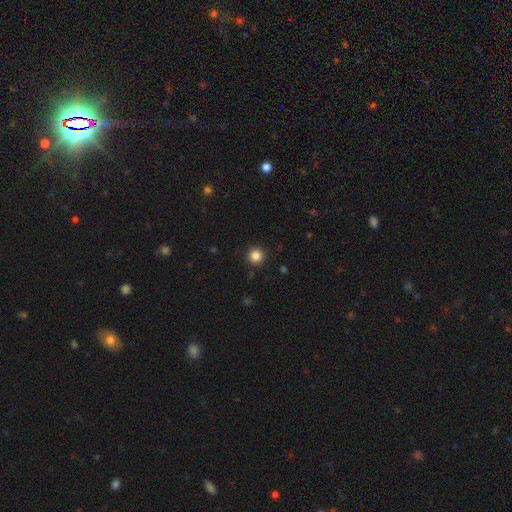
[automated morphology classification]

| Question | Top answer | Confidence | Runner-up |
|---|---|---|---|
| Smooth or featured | smooth | 85% | star or artifact (12%) |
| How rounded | round | 95% | in between (4%) |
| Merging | none | 92% | minor disturbance (5%) |